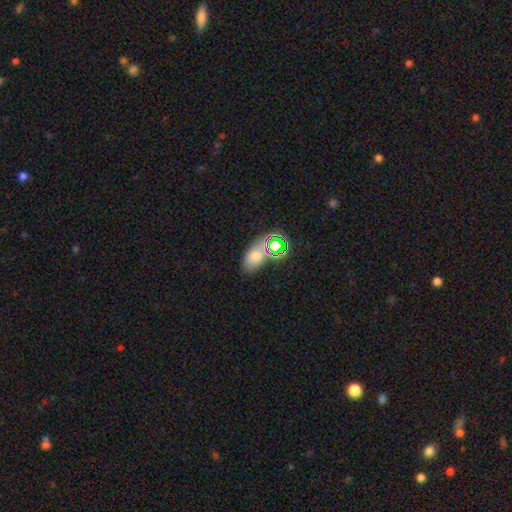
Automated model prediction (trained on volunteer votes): Smooth or featured? Predicted: smooth (p=0.62). How rounded? Predicted: in between (p=0.81). Merging? Predicted: none (p=0.62).